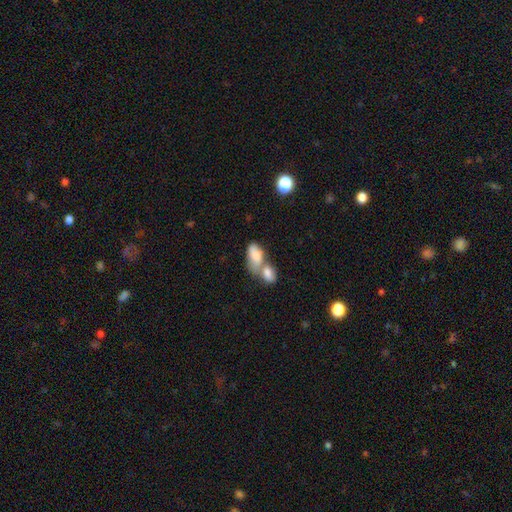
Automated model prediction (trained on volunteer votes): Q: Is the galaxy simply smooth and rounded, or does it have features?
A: smooth — 80%.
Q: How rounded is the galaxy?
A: in between — 92%.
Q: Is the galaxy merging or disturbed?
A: merger — 72%.